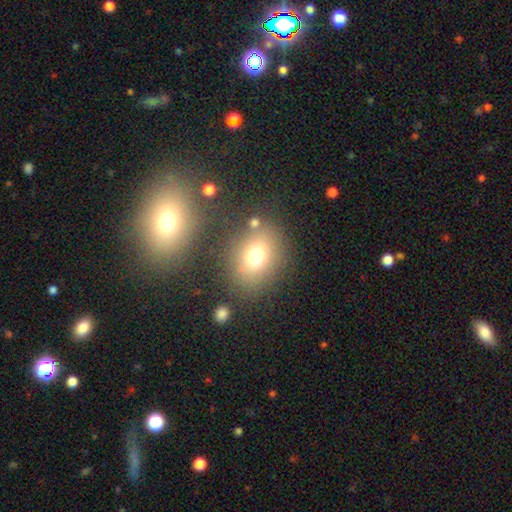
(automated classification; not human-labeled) Smooth or featured: smooth — 71% (star or artifact — 16%)
How rounded: round — 52% (in between — 46%)
Merging: none — 74% (minor disturbance — 12%)